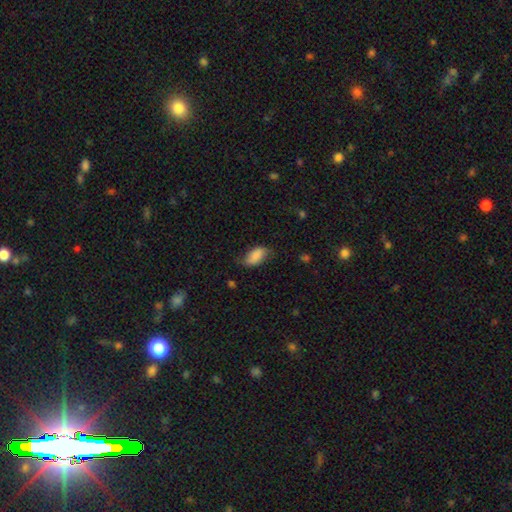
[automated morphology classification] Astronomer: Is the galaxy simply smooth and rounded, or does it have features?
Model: smooth — 79%.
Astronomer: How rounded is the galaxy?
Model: in between — 92%.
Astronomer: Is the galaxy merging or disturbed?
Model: none — 58%.